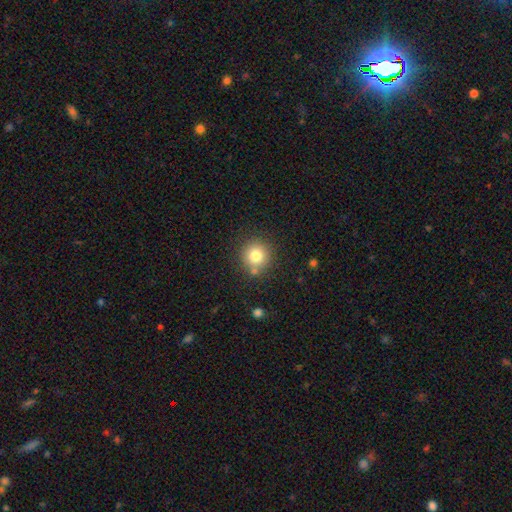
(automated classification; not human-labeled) smooth-or-featured: smooth: 79% | star or artifact: 12% | featured or disk: 9%
  how-rounded: round: 92% | in between: 7% | cigar-shaped: 1%
  merging: none: 80% | minor disturbance: 10% | merger: 7% | major disturbance: 3%